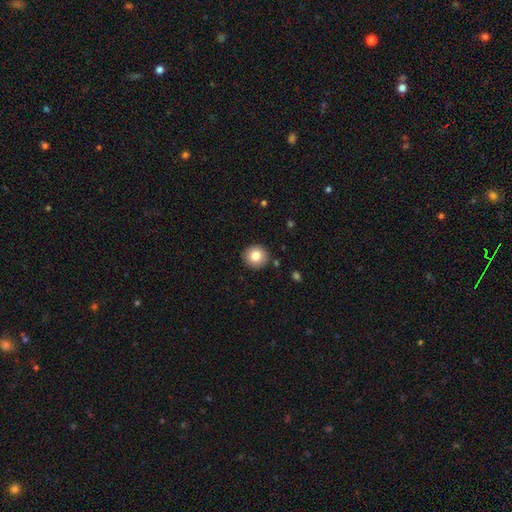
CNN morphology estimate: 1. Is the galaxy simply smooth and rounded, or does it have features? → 82% smooth, 9% star or artifact, 9% featured or disk.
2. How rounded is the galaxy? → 93% round, 6% in between, 1% cigar-shaped.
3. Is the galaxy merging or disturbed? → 91% none, 6% minor disturbance, 2% major disturbance, 2% merger.